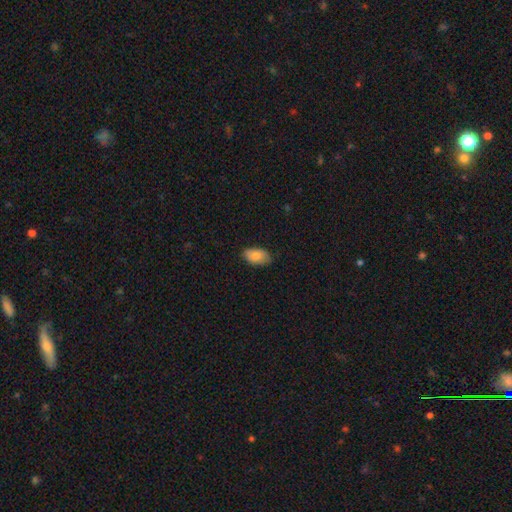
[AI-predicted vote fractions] The model was most divided on "merging": none: 81%, minor disturbance: 16%, major disturbance: 2%, merger: 1%. More confident: how rounded — in between (93%); smooth or featured — smooth (82%).